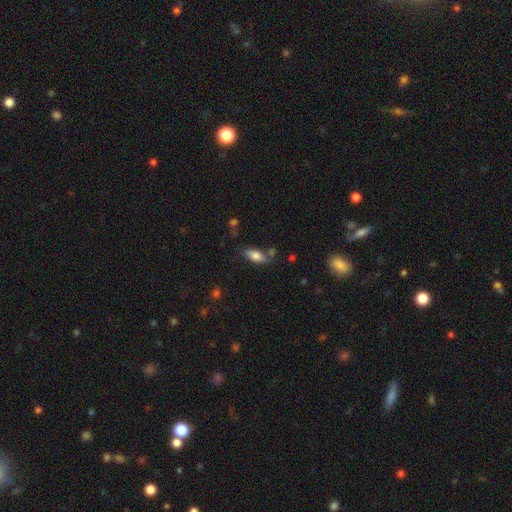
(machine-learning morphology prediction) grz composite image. It shows a smooth galaxy with no disk features (74%) that is in between round and cigar-shaped (78%). Merging: none (70%).